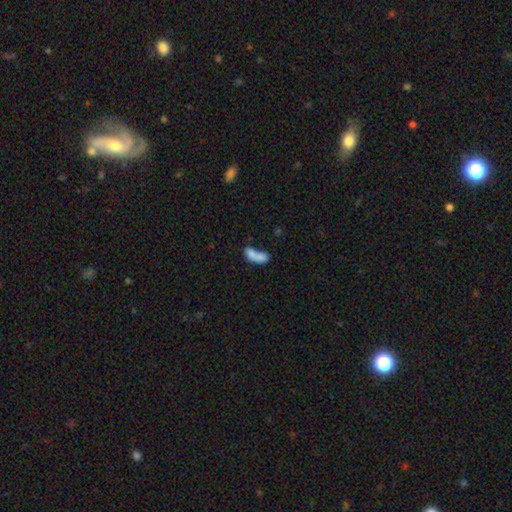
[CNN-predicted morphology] Q: Smooth or featured?
A: smooth (75%); runner-up: featured or disk (16%)
Q: How rounded?
A: in between (80%); runner-up: cigar-shaped (13%)
Q: Merging?
A: merger (58%); runner-up: none (22%)